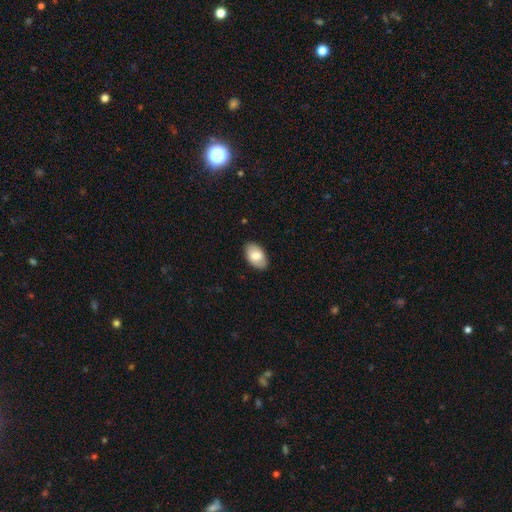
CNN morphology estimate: smooth 78%, featured or disk 16%, star or artifact 6%. Down the decision tree: how rounded — in between (94%); merging — none (86%).